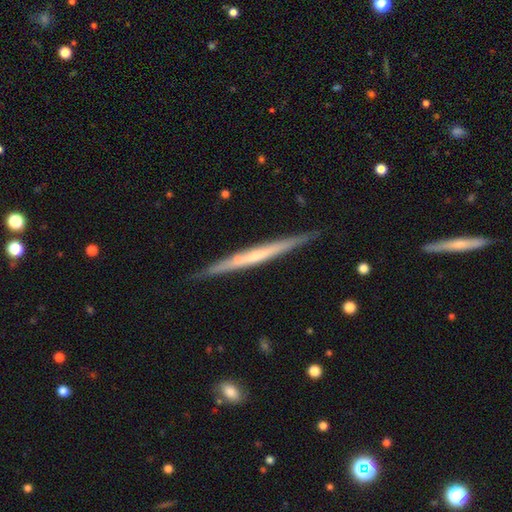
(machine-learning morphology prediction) Smooth or featured?
  - featured or disk: 70% *
  - smooth: 24%
  - star or artifact: 6%
Edge-on disk?
  - yes: 97% *
  - no: 3%
Edge-on bulge?
  - none: 61% *
  - rounded: 32%
  - boxy: 7%
Merging?
  - none: 88% *
  - minor disturbance: 9%
  - major disturbance: 1%
  - merger: 1%